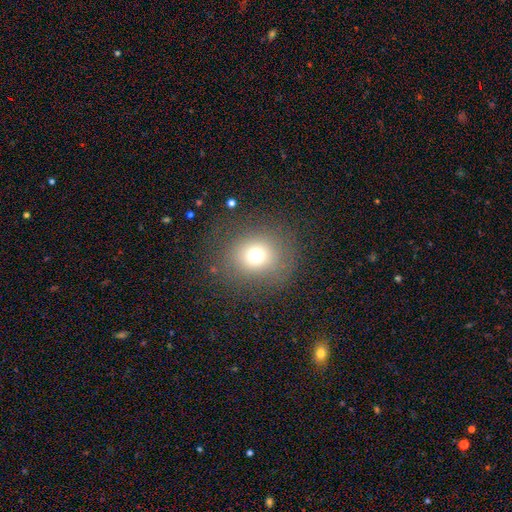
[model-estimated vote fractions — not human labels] smooth_or_featured: smooth (p=0.70) [alt: star or artifact p=0.18]
how_rounded: round (p=0.81) [alt: in between p=0.18]
merging: none (p=0.79) [alt: minor disturbance p=0.11]